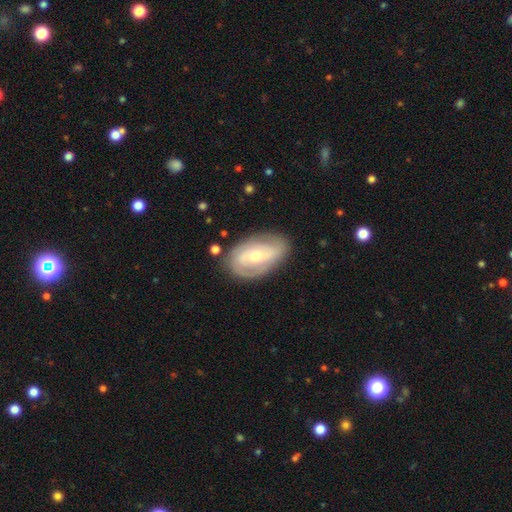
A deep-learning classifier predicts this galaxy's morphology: Smooth or featured? featured or disk (70%)
Edge-on disk? no (94%)
Bar? weak (39%)
Spiral arms? yes (76%)
Bulge size? moderate (57%)
Merging? none (75%)